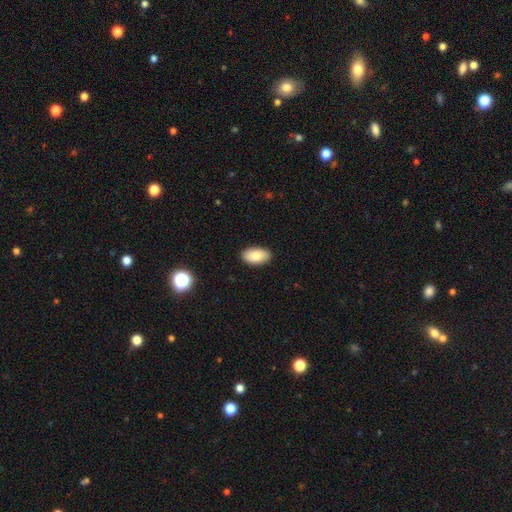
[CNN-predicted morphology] type=smooth (86%); roundness=in between (95%); merging=none (89%).